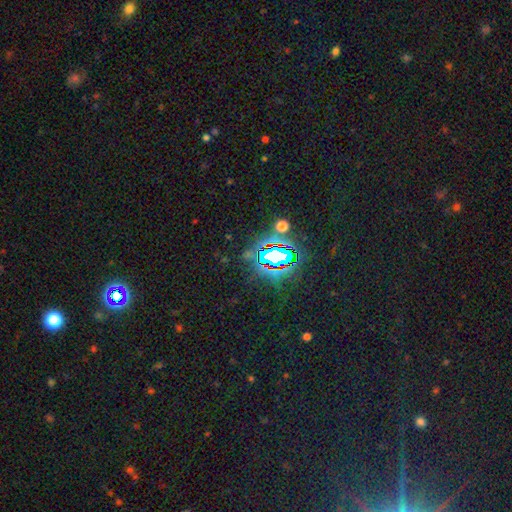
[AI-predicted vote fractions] Smooth or featured?
  - star or artifact: 78% *
  - smooth: 13%
  - featured or disk: 9%